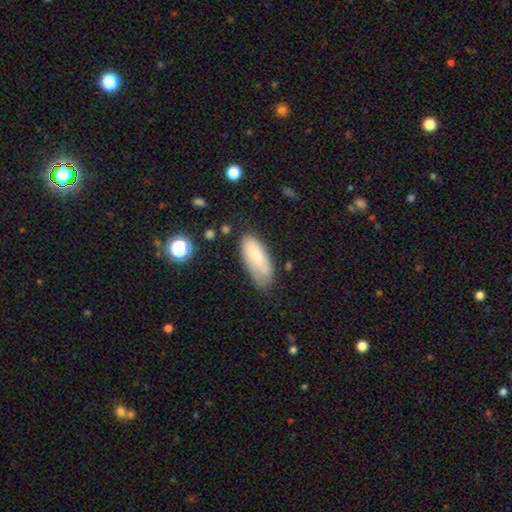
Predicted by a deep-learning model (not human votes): Smooth or featured? smooth (70%)
How rounded? in between (82%)
Merging? none (53%)